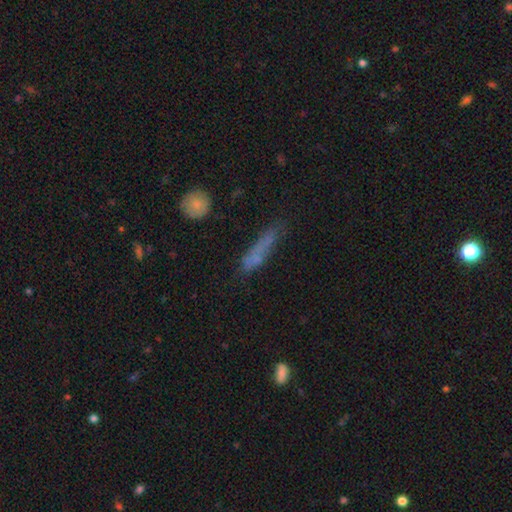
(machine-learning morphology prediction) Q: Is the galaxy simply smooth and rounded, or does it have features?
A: smooth — 62%.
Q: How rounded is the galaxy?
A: cigar-shaped — 78%.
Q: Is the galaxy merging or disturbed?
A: none — 51%.